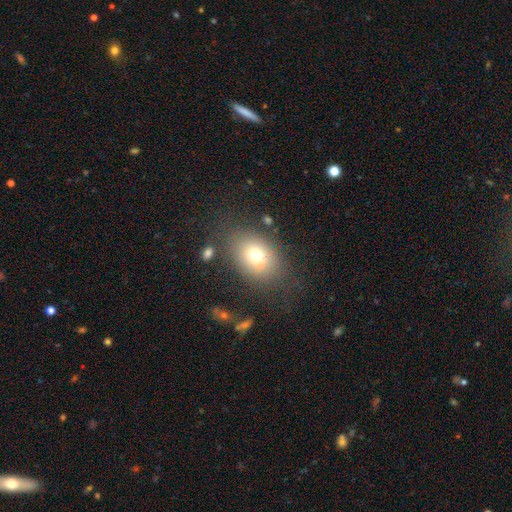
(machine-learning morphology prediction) Smooth or featured? Predicted: smooth (p=0.72). How rounded? Predicted: in between (p=0.71). Merging? Predicted: none (p=0.73).